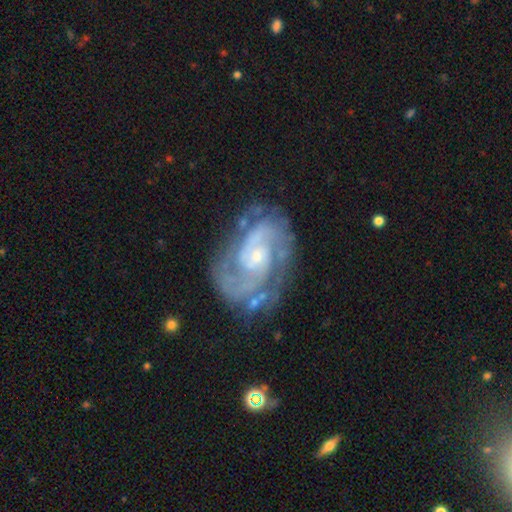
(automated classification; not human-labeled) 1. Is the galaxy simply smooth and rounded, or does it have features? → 91% featured or disk, 5% star or artifact, 4% smooth.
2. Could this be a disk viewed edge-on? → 97% no, 3% yes.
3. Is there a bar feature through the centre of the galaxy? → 59% no, 33% weak, 8% strong.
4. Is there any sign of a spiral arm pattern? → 98% yes, 2% no.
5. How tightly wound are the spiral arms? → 53% tight, 40% medium, 7% loose.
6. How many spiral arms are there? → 71% 2, 11% 3, 9% can't tell, 3% 4, 3% 1, 3% more than 4.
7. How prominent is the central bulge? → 67% small, 27% moderate, 3% none, 2% large, 1% dominant.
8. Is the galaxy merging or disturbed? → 69% none, 19% minor disturbance, 9% major disturbance, 3% merger.